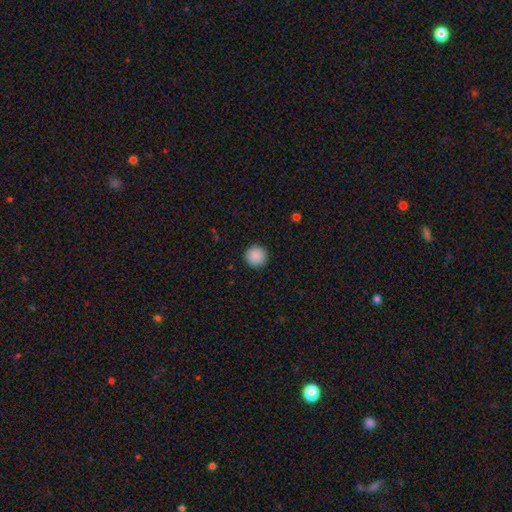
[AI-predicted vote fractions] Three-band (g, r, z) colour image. It shows a smooth galaxy with no disk features (89%) that is round (96%). Merging: none (92%).